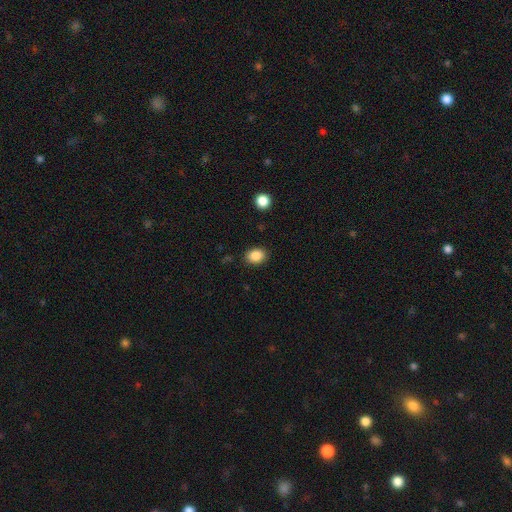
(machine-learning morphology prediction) Smooth or featured: smooth — 87% (star or artifact — 9%)
How rounded: in between — 55% (round — 44%)
Merging: none — 87% (minor disturbance — 9%)